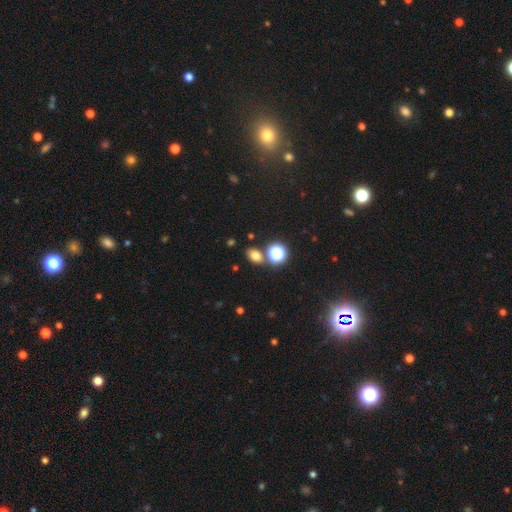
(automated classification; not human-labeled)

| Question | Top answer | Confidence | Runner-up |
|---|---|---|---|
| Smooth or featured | smooth | 72% | star or artifact (20%) |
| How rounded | in between | 65% | round (33%) |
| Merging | none | 77% | merger (11%) |